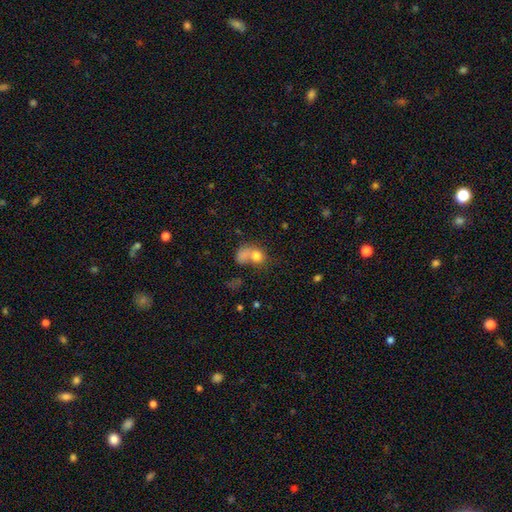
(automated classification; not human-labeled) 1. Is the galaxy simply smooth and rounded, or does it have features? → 74% smooth, 14% featured or disk, 12% star or artifact.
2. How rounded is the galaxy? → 59% round, 39% in between, 2% cigar-shaped.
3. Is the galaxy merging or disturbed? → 51% merger, 26% none, 12% major disturbance, 10% minor disturbance.